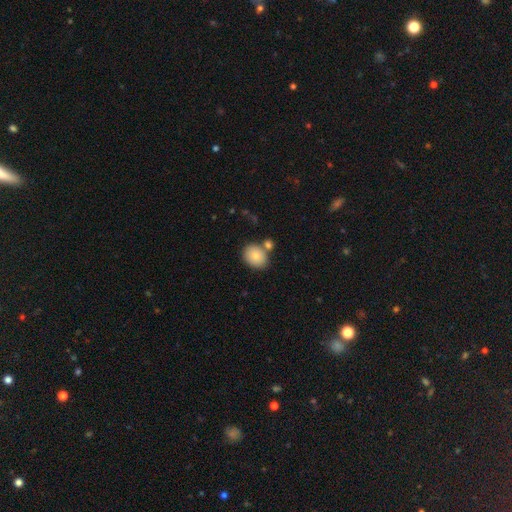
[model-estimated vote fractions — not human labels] Smooth or featured? smooth (83%)
How rounded? round (58%)
Merging? none (70%)